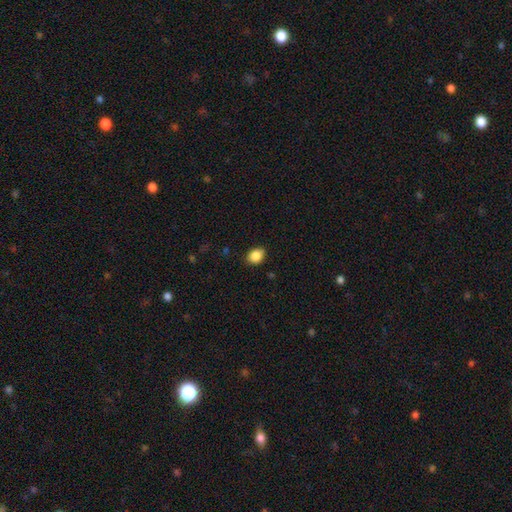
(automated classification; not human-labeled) Morphology: type=smooth (88%); roundness=in between (60%); merging=none (85%).